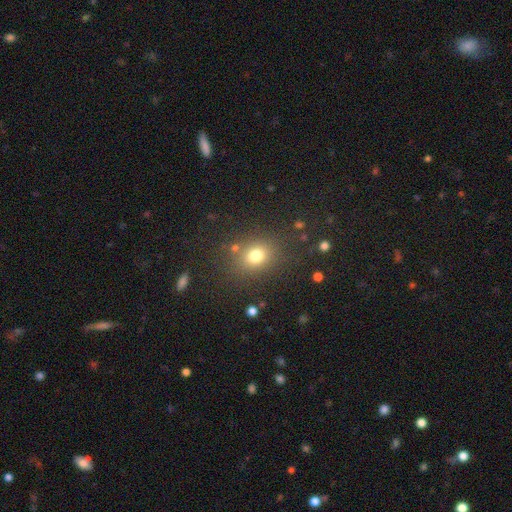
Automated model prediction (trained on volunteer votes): smooth 76%, star or artifact 16%, featured or disk 8%. Down the decision tree: how rounded — round (59%); merging — none (79%).